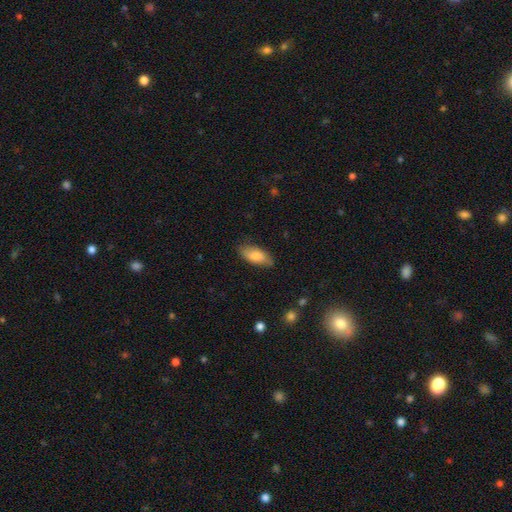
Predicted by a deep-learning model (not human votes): This is clearly a smooth galaxy (80%). How rounded: clearly in between (87%). Merging: likely none (78%).